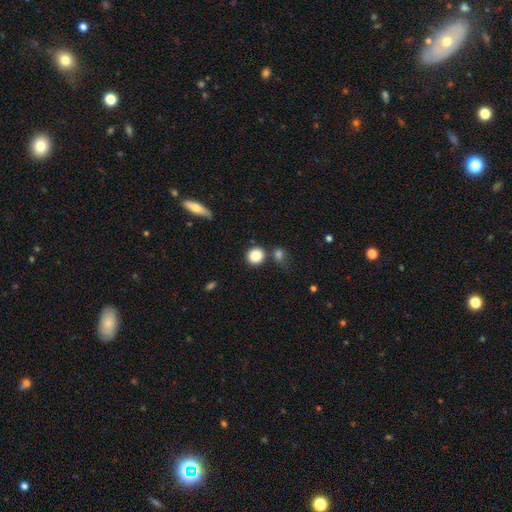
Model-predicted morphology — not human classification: smooth_or_featured: smooth (p=0.85) [alt: star or artifact p=0.09]
how_rounded: round (p=0.88) [alt: in between p=0.10]
merging: none (p=0.77) [alt: merger p=0.10]